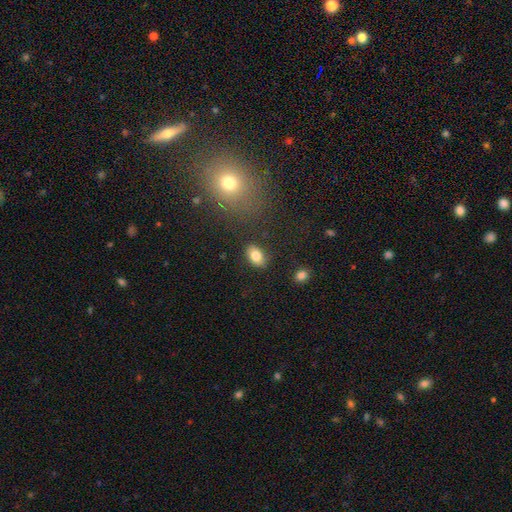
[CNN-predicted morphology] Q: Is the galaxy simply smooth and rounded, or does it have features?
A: smooth — 82%.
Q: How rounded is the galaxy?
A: in between — 89%.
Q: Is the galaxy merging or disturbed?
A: none — 85%.